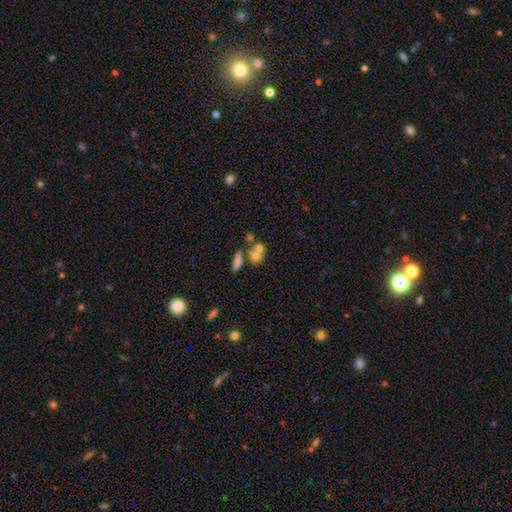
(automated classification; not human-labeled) This is likely a smooth galaxy (65%). How rounded: likely round (63%). Merging: possibly merger (50%).